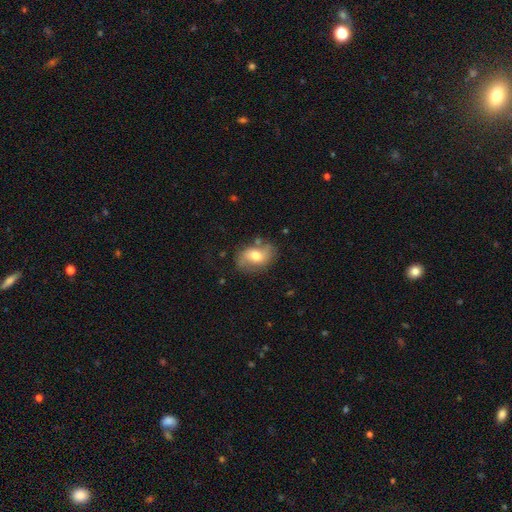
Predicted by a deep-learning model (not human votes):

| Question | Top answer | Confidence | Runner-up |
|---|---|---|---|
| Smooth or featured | smooth | 55% | featured or disk (37%) |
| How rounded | in between | 78% | round (21%) |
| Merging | none | 66% | minor disturbance (22%) |